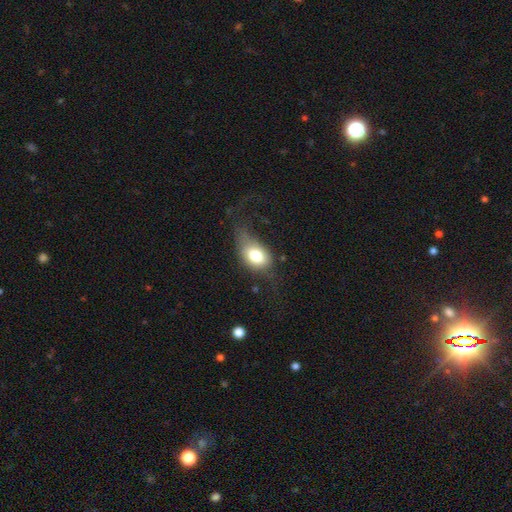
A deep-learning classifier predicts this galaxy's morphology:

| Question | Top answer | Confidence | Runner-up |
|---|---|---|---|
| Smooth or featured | smooth | 73% | featured or disk (18%) |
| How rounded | in between | 80% | round (17%) |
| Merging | none | 37% | minor disturbance (31%) |